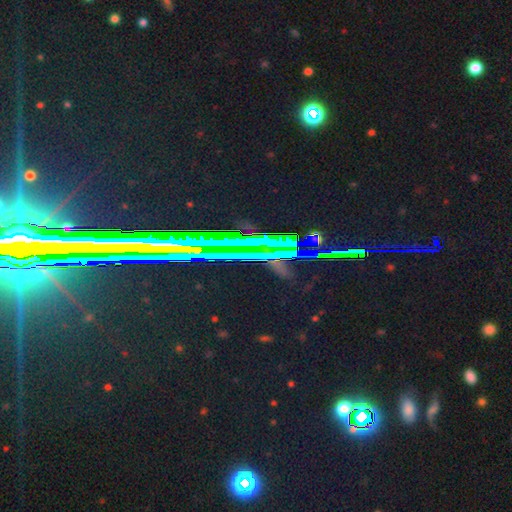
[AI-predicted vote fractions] Smooth or featured? star or artifact (83%)